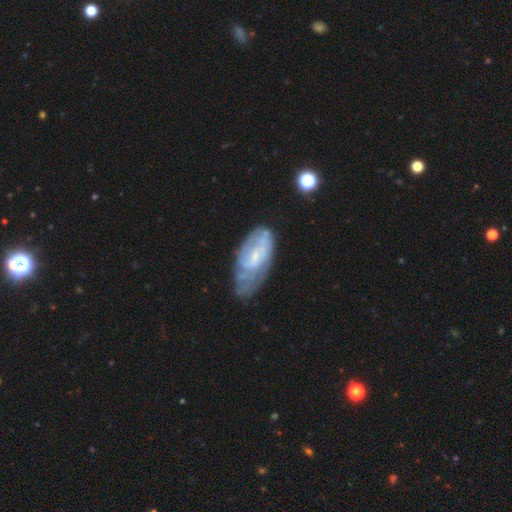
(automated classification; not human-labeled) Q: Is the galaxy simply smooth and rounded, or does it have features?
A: featured or disk — 67%.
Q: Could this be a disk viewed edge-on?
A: no — 93%.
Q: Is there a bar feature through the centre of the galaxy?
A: no — 49%.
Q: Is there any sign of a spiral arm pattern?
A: yes — 73%.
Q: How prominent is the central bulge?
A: small — 61%.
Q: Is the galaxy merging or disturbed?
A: none — 50%.